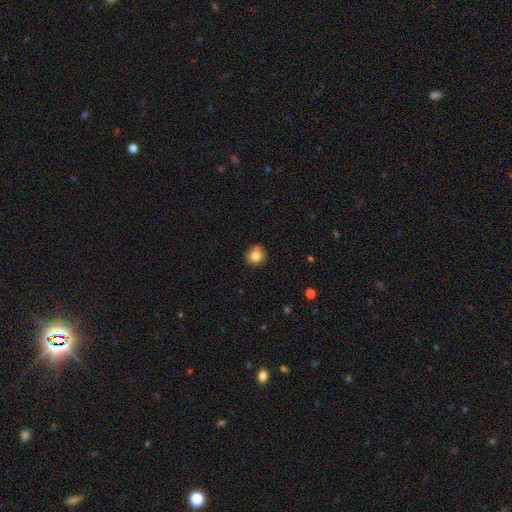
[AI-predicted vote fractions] Morphology: type=smooth (82%); roundness=round (90%); merging=none (85%).